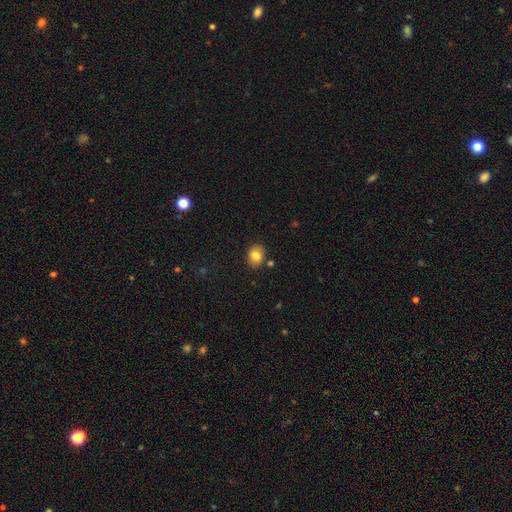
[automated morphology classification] Smooth or featured: smooth — 81% (star or artifact — 10%)
How rounded: in between — 53% (round — 46%)
Merging: none — 82% (minor disturbance — 11%)